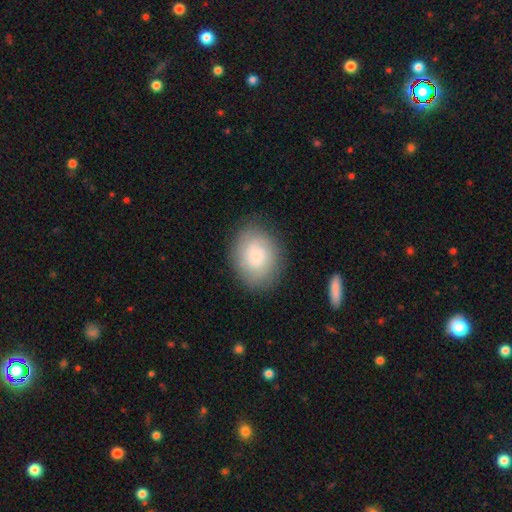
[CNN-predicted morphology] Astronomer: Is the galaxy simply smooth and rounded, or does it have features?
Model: smooth — 64%.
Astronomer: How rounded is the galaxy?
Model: in between — 53% (runner-up: round, 46%).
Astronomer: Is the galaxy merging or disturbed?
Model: none — 81%.